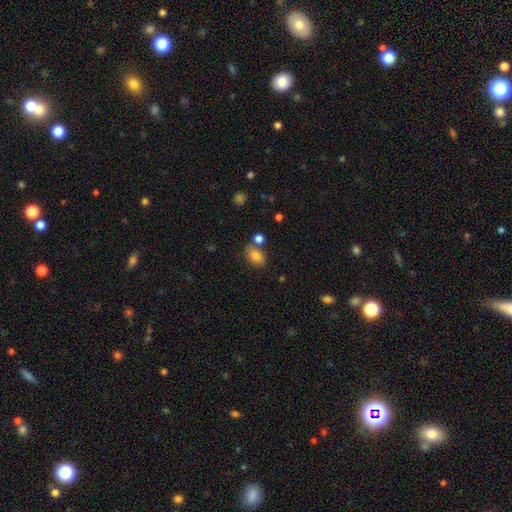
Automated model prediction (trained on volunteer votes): Smooth or featured: smooth — 81% (featured or disk — 10%)
How rounded: in between — 86% (round — 13%)
Merging: none — 69% (merger — 14%)